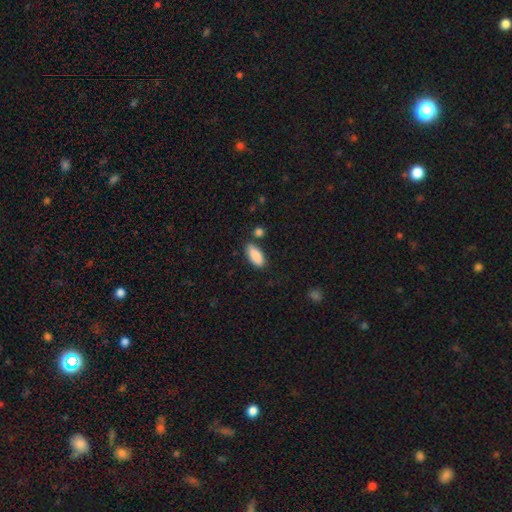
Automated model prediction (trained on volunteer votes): Smooth or featured? smooth (88%)
How rounded? in between (84%)
Merging? none (79%)